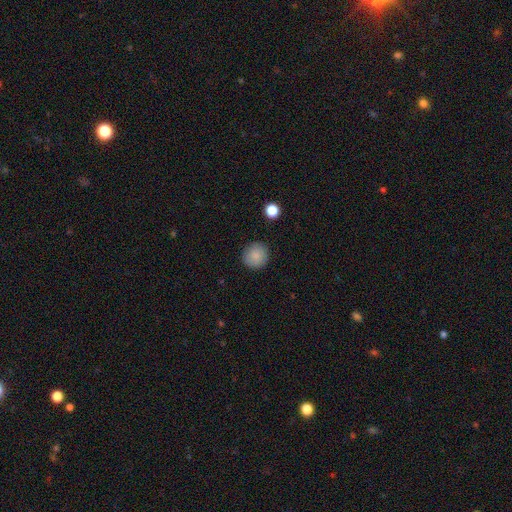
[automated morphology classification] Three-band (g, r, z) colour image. It shows a smooth galaxy with no disk features (87%) that is round (94%). Merging: none (90%).